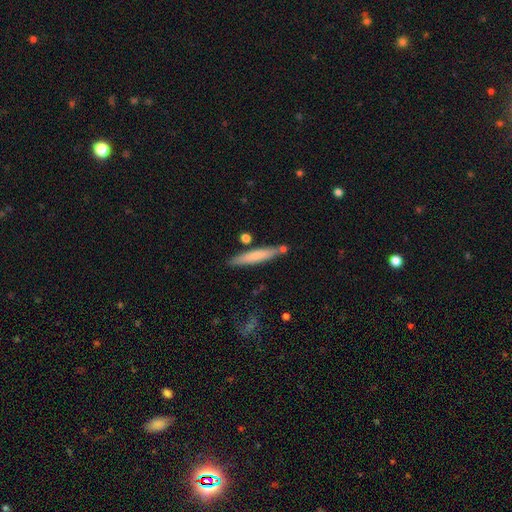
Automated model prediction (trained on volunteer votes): A smooth galaxy with no disk features (70%) that is cigar-shaped (92%).

Vote fractions:
- Smooth or featured? smooth: 70% / featured or disk: 24% / star or artifact: 6%
- How rounded? cigar-shaped: 92% / in between: 7% / round: 1%
- Merging? none: 79% / minor disturbance: 12% / merger: 6% / major disturbance: 2%